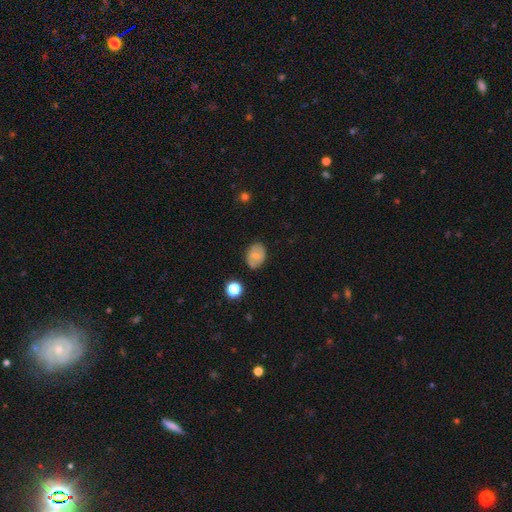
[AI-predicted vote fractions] This appears to be a smooth galaxy with no disk features (59%) that is in between round and cigar-shaped (70%). Merging: none (73%).